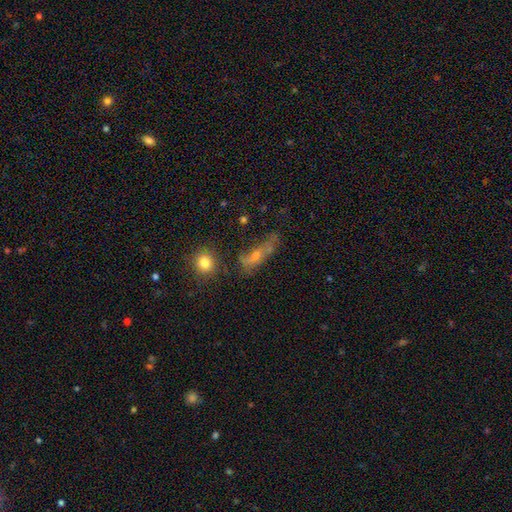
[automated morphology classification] type=featured or disk (43%); merging=none (43%).